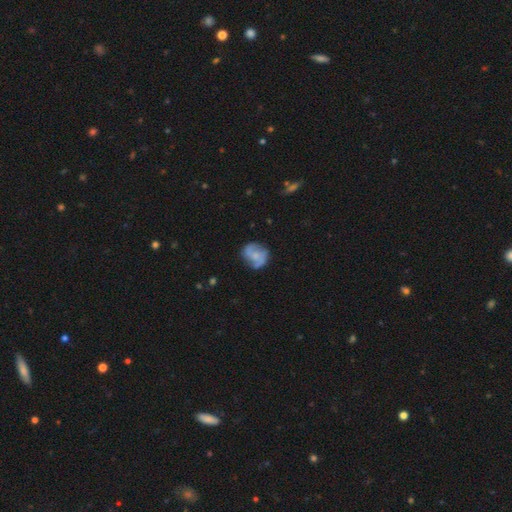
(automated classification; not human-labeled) Smooth or featured? featured or disk (63%)
Edge-on disk? no (97%)
Bar? no (62%)
Spiral arms? yes (87%)
Spiral winding? medium (46%)
Spiral arm count? 2 (77%)
Bulge size? small (41%)
Merging? none (68%)